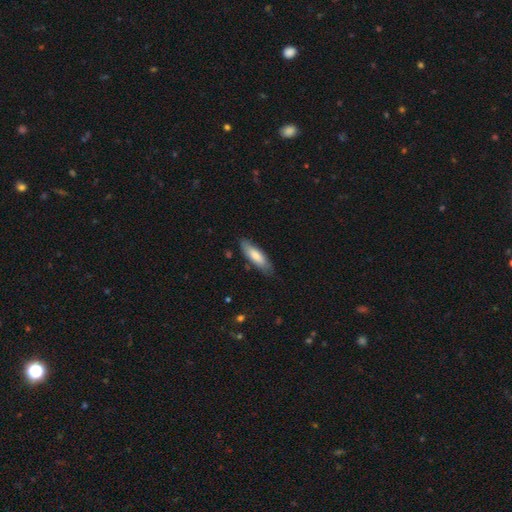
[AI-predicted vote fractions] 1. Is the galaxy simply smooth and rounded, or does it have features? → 75% smooth, 20% featured or disk, 5% star or artifact.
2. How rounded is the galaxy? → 50% cigar-shaped, 48% in between, 1% round.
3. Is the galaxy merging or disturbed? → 78% none, 17% minor disturbance, 3% major disturbance, 1% merger.